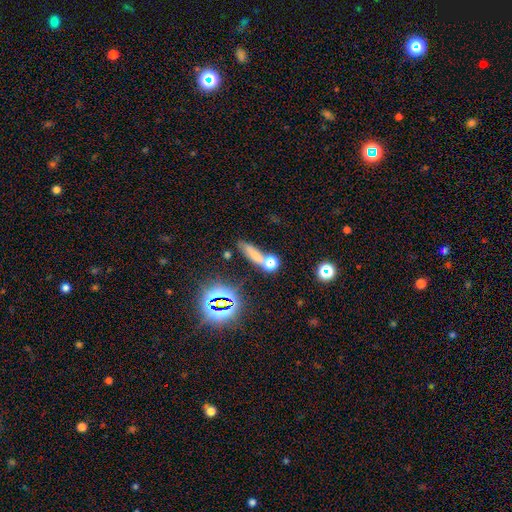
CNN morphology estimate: Smooth or featured: smooth — 58% (star or artifact — 25%)
How rounded: cigar-shaped — 61% (in between — 27%)
Merging: none — 58% (merger — 21%)